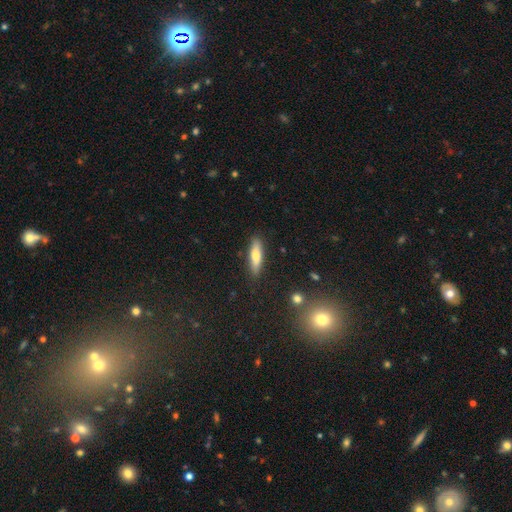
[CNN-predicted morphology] This appears to be a smooth galaxy with no disk features (64%) that is cigar-shaped (68%). Merging: none (87%).